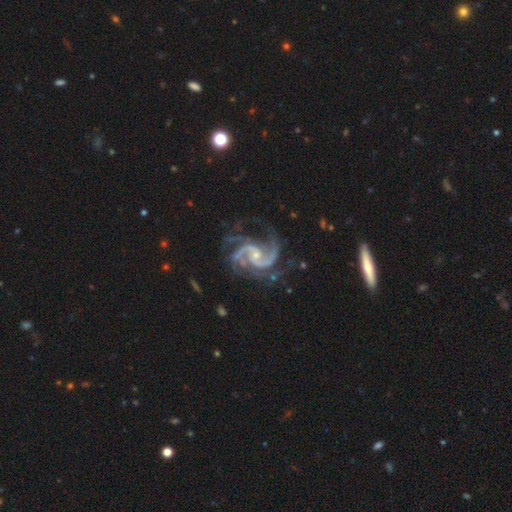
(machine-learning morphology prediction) Smooth or featured? featured or disk (94%)
Edge-on disk? no (98%)
Bar? no (52%)
Spiral arms? yes (99%)
Spiral winding? medium (61%)
Spiral arm count? 2 (59%)
Bulge size? small (68%)
Merging? none (65%)